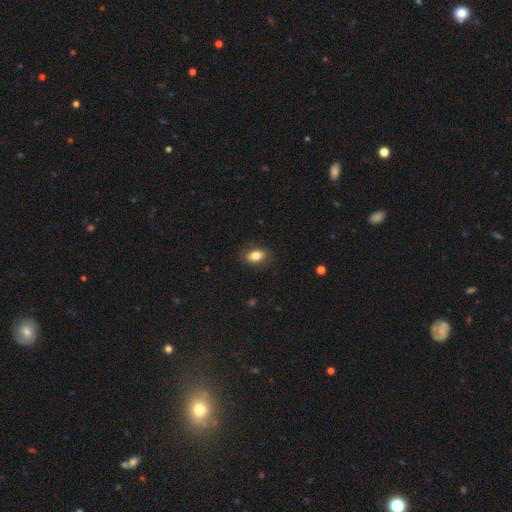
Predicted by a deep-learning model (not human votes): This is clearly a smooth galaxy (81%). How rounded: clearly in between (88%). Merging: clearly none (84%).